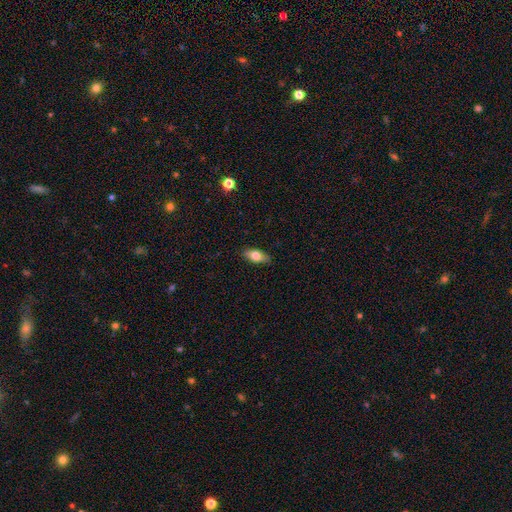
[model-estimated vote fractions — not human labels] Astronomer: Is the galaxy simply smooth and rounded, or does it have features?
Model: smooth — 72%.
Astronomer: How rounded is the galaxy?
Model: in between — 82%.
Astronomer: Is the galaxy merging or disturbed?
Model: none — 86%.